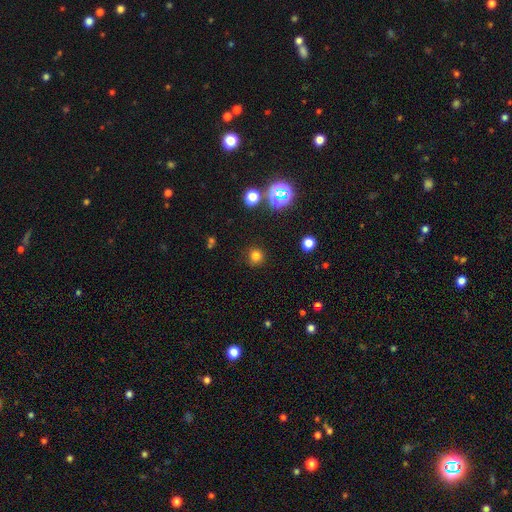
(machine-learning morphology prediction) This is likely a smooth galaxy (75%). How rounded: clearly round (93%). Merging: clearly none (89%).